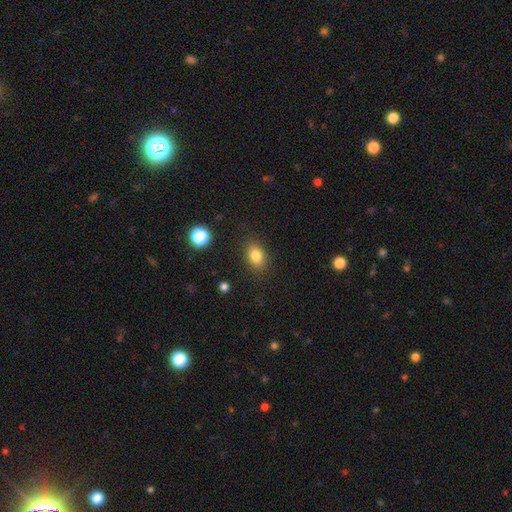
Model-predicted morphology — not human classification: A smooth galaxy with no disk features (83%) that is in between round and cigar-shaped (75%).

Vote fractions:
- Smooth or featured? smooth: 83% / star or artifact: 10% / featured or disk: 7%
- How rounded? in between: 75% / round: 24% / cigar-shaped: 1%
- Merging? none: 84% / minor disturbance: 11% / major disturbance: 3% / merger: 2%